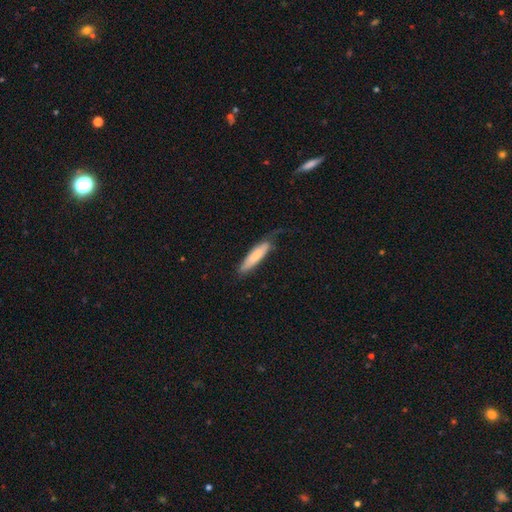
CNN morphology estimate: A smooth galaxy with no disk features (75%) that is cigar-shaped (76%). Merging: none (54%).